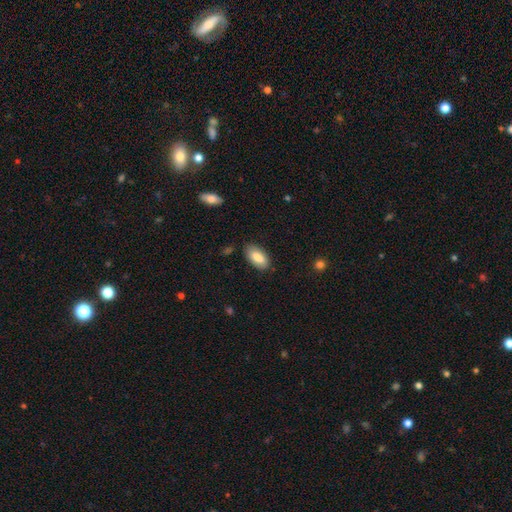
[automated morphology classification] Smooth or featured?
  - smooth: 84% *
  - featured or disk: 10%
  - star or artifact: 6%
How rounded?
  - in between: 92% *
  - cigar-shaped: 5%
  - round: 2%
Merging?
  - none: 84% *
  - minor disturbance: 12%
  - major disturbance: 3%
  - merger: 1%